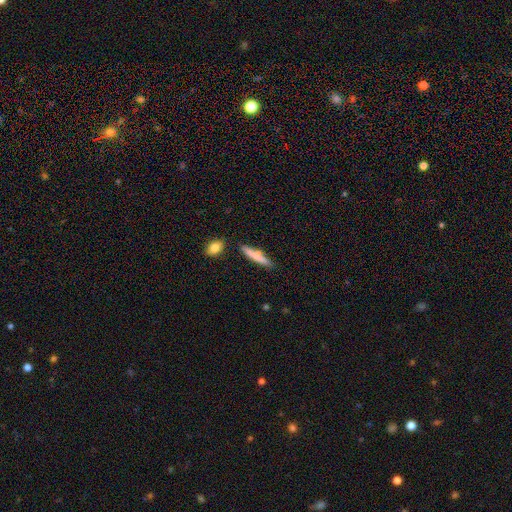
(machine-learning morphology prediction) Smooth or featured: smooth — 72% (featured or disk — 22%)
How rounded: cigar-shaped — 91% (in between — 8%)
Merging: none — 76% (minor disturbance — 14%)